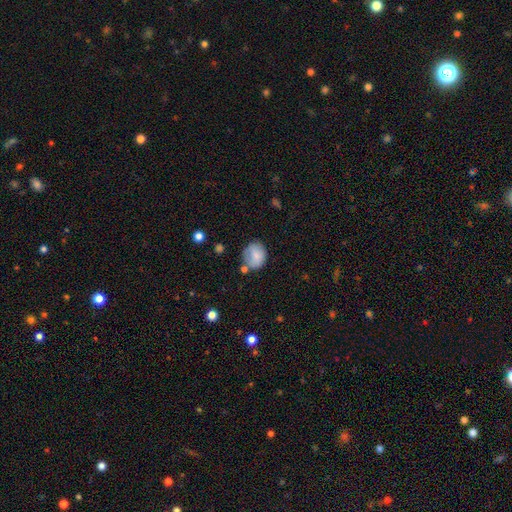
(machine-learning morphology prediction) Smooth or featured?
  - smooth: 77% *
  - featured or disk: 15%
  - star or artifact: 8%
How rounded?
  - round: 64% *
  - in between: 35%
  - cigar-shaped: 1%
Merging?
  - none: 59% *
  - minor disturbance: 24%
  - merger: 8%
  - major disturbance: 8%